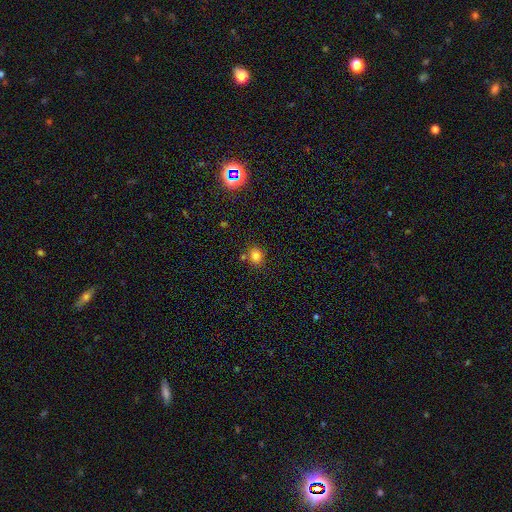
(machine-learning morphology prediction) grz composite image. It shows a smooth galaxy with no disk features (79%) that is round (67%). Merging: none (76%).